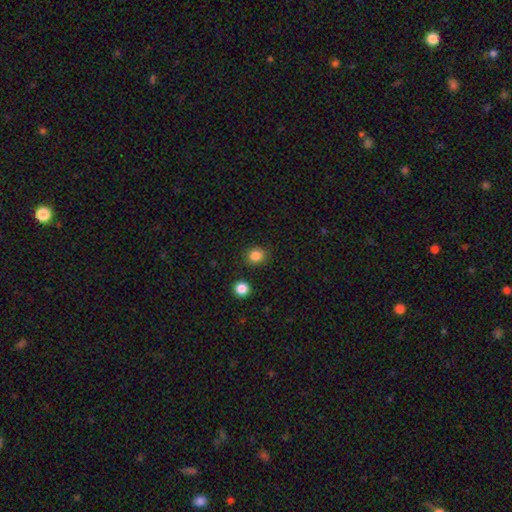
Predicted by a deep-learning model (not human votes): The model was most divided on "how rounded": round: 76%, in between: 23%, cigar-shaped: 1%. More confident: merging — none (87%); smooth or featured — smooth (84%).